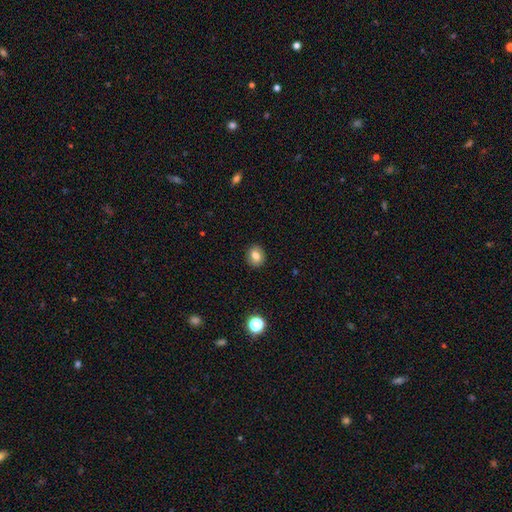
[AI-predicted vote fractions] Smooth or featured: smooth — 78% (featured or disk — 11%)
How rounded: round — 67% (in between — 33%)
Merging: none — 90% (minor disturbance — 7%)